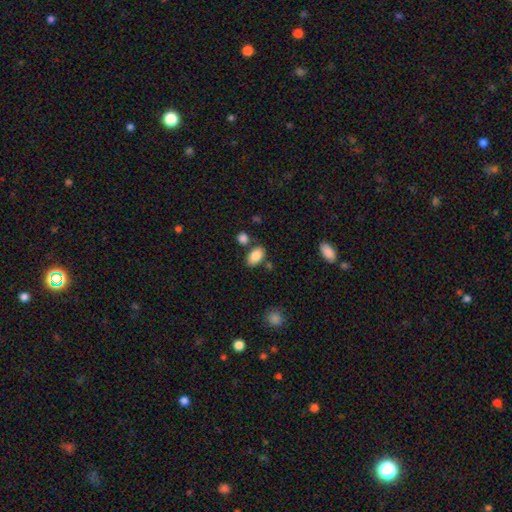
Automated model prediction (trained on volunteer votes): Smooth or featured: smooth — 85% (star or artifact — 8%)
How rounded: in between — 91% (round — 8%)
Merging: none — 73% (minor disturbance — 13%)